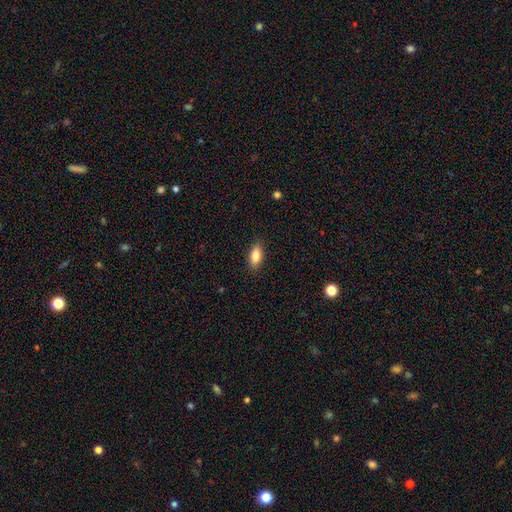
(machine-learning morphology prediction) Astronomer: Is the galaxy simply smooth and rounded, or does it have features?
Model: smooth — 84%.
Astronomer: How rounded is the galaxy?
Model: in between — 83%.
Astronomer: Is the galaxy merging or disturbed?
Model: none — 87%.